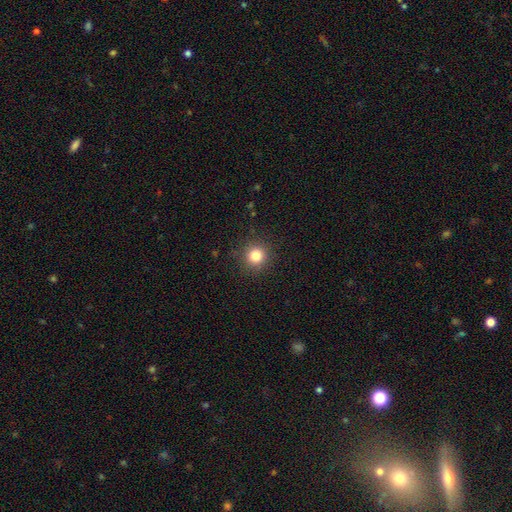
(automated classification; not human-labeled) Smooth or featured?
  - smooth: 81% *
  - star or artifact: 13%
  - featured or disk: 6%
How rounded?
  - round: 94% *
  - in between: 5%
  - cigar-shaped: 1%
Merging?
  - none: 90% *
  - minor disturbance: 7%
  - major disturbance: 2%
  - merger: 1%